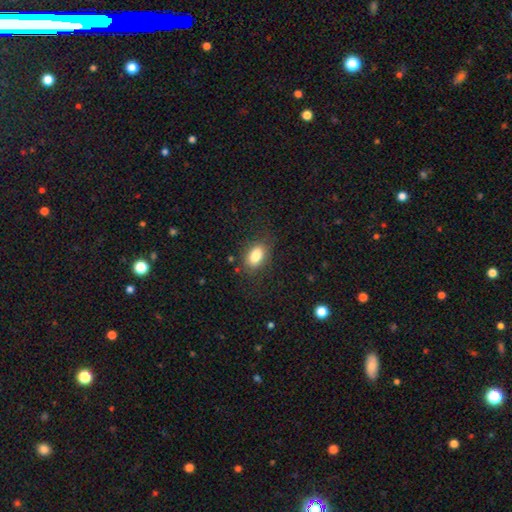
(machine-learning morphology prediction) smooth-or-featured: smooth: 84% | star or artifact: 8% | featured or disk: 8%
  how-rounded: in between: 88% | round: 10% | cigar-shaped: 2%
  merging: none: 82% | minor disturbance: 13% | major disturbance: 4% | merger: 1%